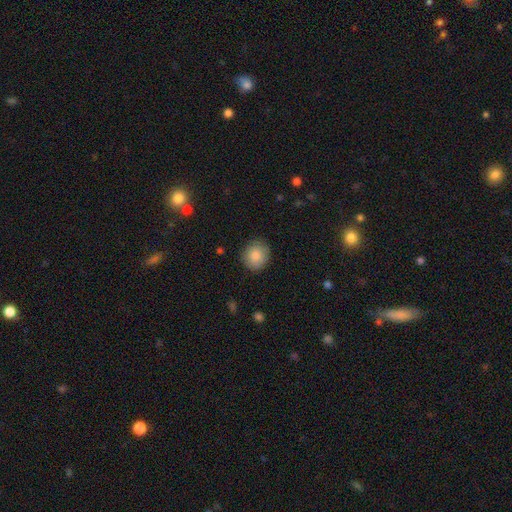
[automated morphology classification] smooth 86%, star or artifact 8%, featured or disk 6%. Down the decision tree: how rounded — round (85%); merging — none (86%).